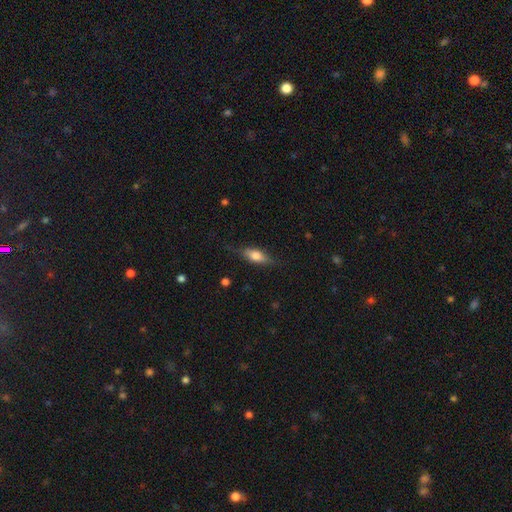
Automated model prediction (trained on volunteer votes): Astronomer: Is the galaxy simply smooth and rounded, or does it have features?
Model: smooth — 60%.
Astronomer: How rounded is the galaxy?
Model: in between — 68%.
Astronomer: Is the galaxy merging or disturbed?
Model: none — 71%.